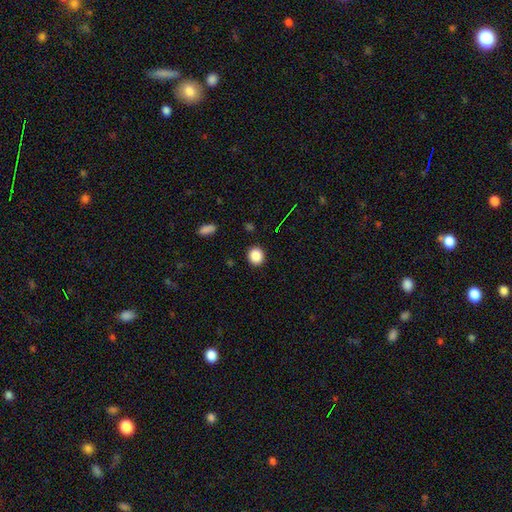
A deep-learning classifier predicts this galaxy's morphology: smooth 87%, star or artifact 10%, featured or disk 3%. Down the decision tree: how rounded — round (84%); merging — none (91%).